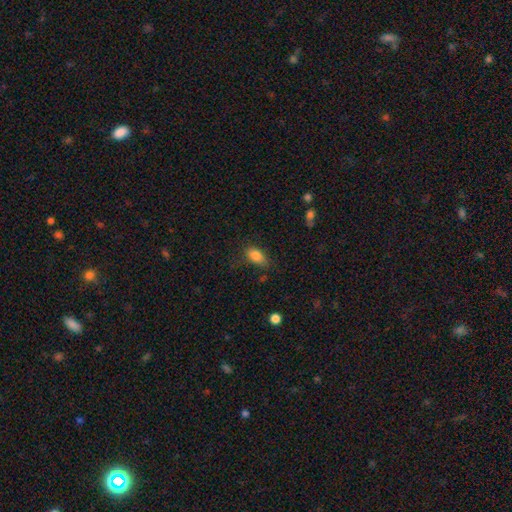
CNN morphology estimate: smooth_or_featured: smooth (p=0.83) [alt: star or artifact p=0.08]
how_rounded: in between (p=0.87) [alt: round p=0.07]
merging: none (p=0.66) [alt: minor disturbance p=0.24]